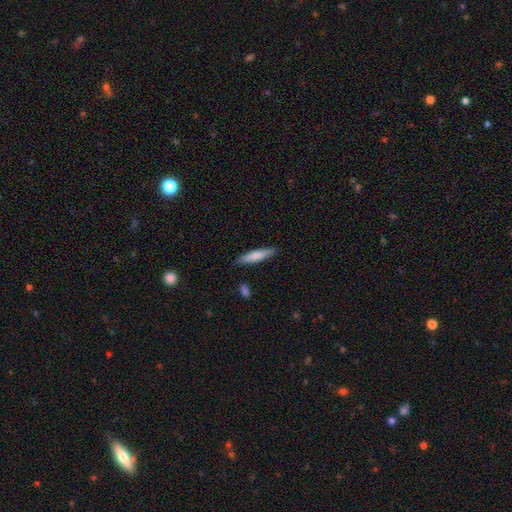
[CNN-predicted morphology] This appears to be a smooth galaxy with no disk features (77%) that is cigar-shaped (83%). Merging: none (87%).